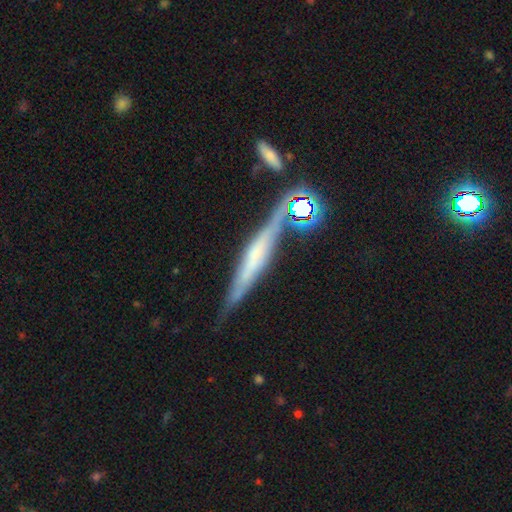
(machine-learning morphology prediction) Smooth or featured? Predicted: featured or disk (p=0.61). Edge-on disk? Predicted: yes (p=0.93). Edge-on bulge? Predicted: boxy (p=0.36). Merging? Predicted: none (p=0.72).